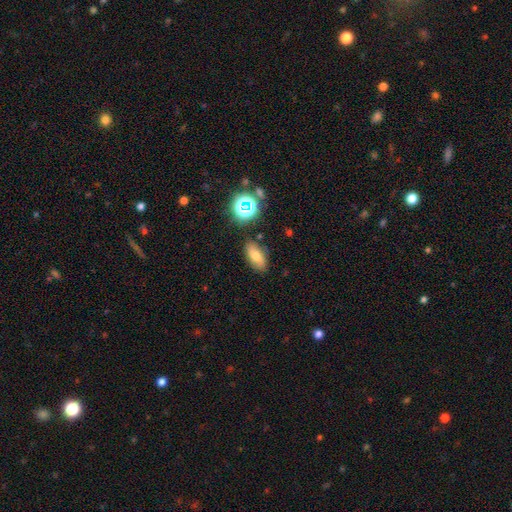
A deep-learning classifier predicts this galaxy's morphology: Smooth or featured: smooth — 71% (star or artifact — 14%)
How rounded: in between — 85% (cigar-shaped — 9%)
Merging: none — 81% (minor disturbance — 12%)